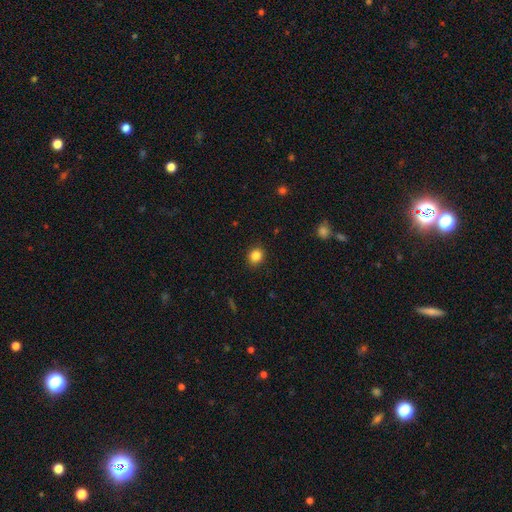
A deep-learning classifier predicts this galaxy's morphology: type=smooth (85%); roundness=round (76%); merging=none (89%).